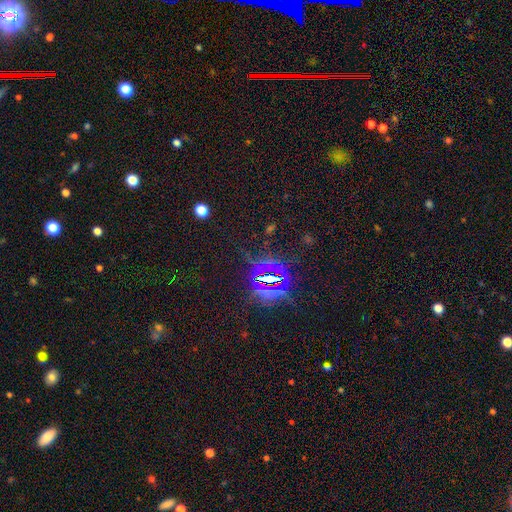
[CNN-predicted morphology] Smooth or featured?
  - star or artifact: 69% *
  - smooth: 20%
  - featured or disk: 10%